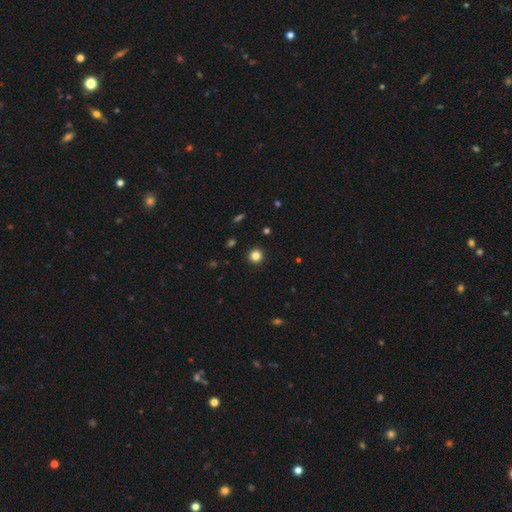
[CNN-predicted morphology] Overall: smooth (83%). How rounded: round (95%). Merging: none (93%).